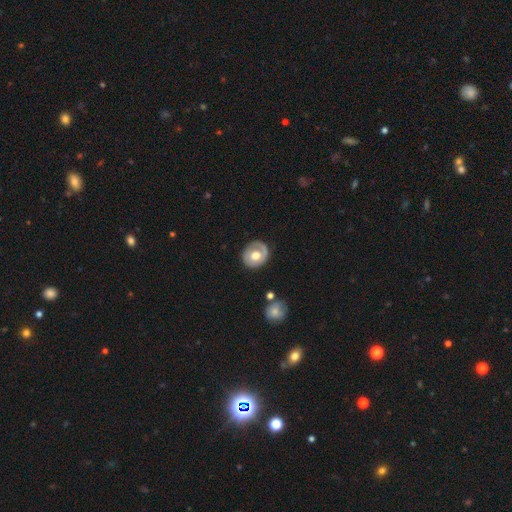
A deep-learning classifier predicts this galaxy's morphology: This is possibly a smooth galaxy (51%). How rounded: likely round (77%). Merging: likely none (76%).